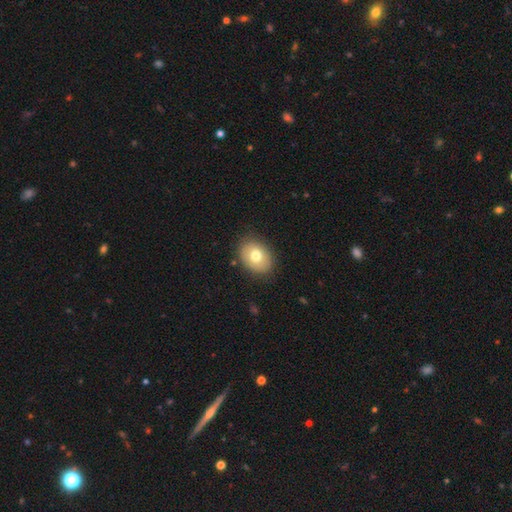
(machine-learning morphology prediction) Smooth or featured? smooth (73%)
How rounded? in between (65%)
Merging? none (84%)